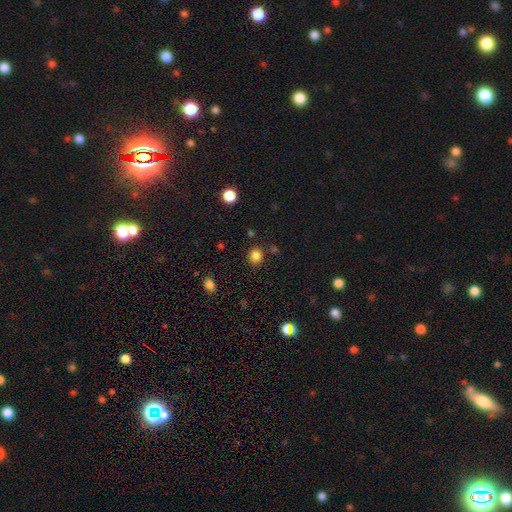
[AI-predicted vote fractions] A smooth galaxy with no disk features (83%) that is round (80%).

Vote fractions:
- Smooth or featured? smooth: 83% / star or artifact: 13% / featured or disk: 4%
- How rounded? round: 80% / in between: 19% / cigar-shaped: 1%
- Merging? none: 84% / minor disturbance: 9% / merger: 4% / major disturbance: 3%